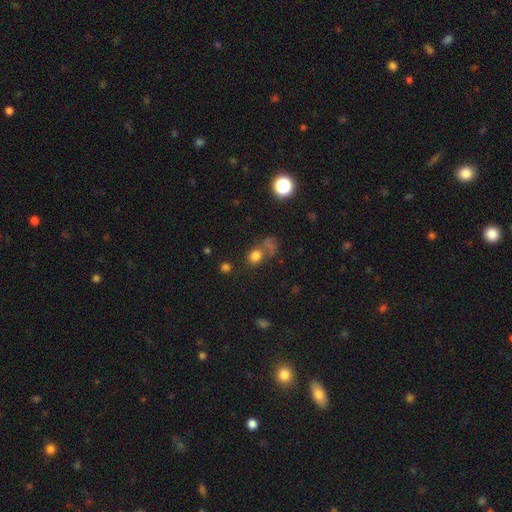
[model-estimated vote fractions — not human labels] Morphology: type=smooth (74%); roundness=round (71%); merging=none (49%).